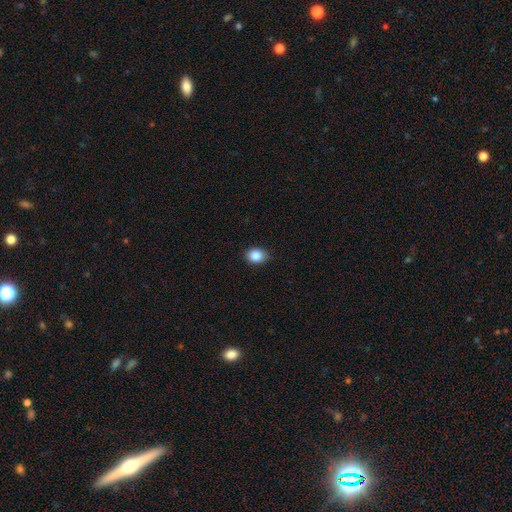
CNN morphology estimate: Smooth or featured?
  - smooth: 87% *
  - star or artifact: 9%
  - featured or disk: 4%
How rounded?
  - in between: 53% *
  - round: 46%
  - cigar-shaped: 1%
Merging?
  - none: 88% *
  - minor disturbance: 9%
  - major disturbance: 2%
  - merger: 1%